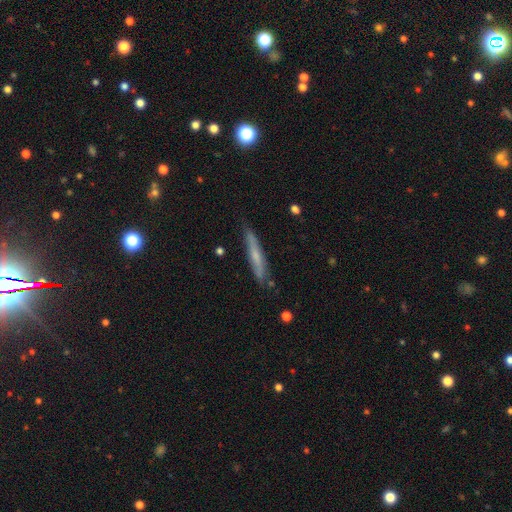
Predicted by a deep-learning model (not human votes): Smooth or featured?
  - smooth: 50% *
  - featured or disk: 43%
  - star or artifact: 7%
How rounded?
  - cigar-shaped: 93% *
  - in between: 6%
  - round: 2%
Merging?
  - none: 80% *
  - minor disturbance: 15%
  - major disturbance: 3%
  - merger: 2%